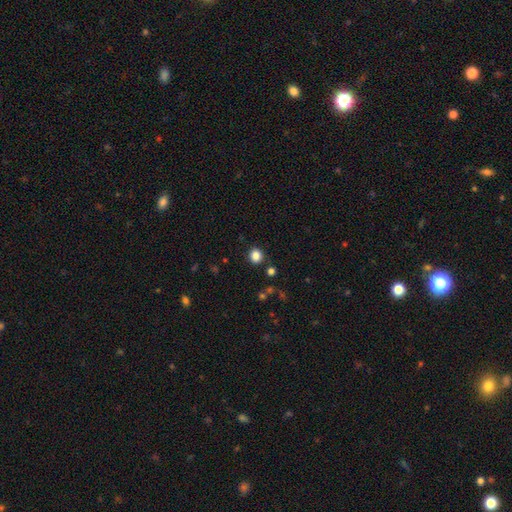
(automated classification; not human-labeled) This is clearly a smooth galaxy (84%). How rounded: clearly round (82%). Merging: clearly none (88%).